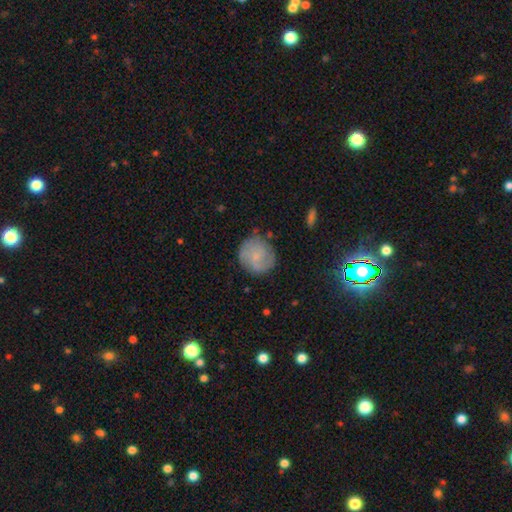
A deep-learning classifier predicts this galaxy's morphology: This is possibly a smooth galaxy (51%). How rounded: clearly round (89%). Merging: likely none (74%).